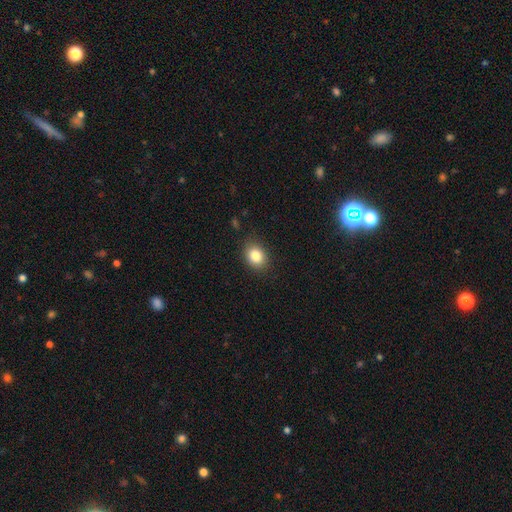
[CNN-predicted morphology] This is clearly a smooth galaxy (84%). How rounded: possibly in between (57%). Merging: clearly none (85%).